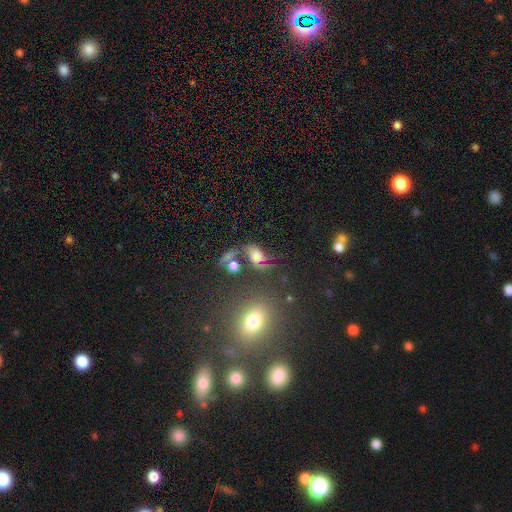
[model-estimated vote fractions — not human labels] Smooth or featured? featured or disk (49%)
Merging? none (37%)